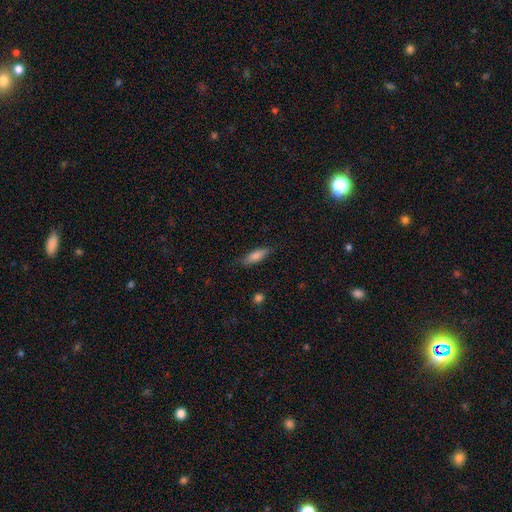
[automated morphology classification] smooth_or_featured: smooth (p=0.73) [alt: featured or disk p=0.19]
how_rounded: cigar-shaped (p=0.55) [alt: in between p=0.43]
merging: none (p=0.79) [alt: minor disturbance p=0.16]